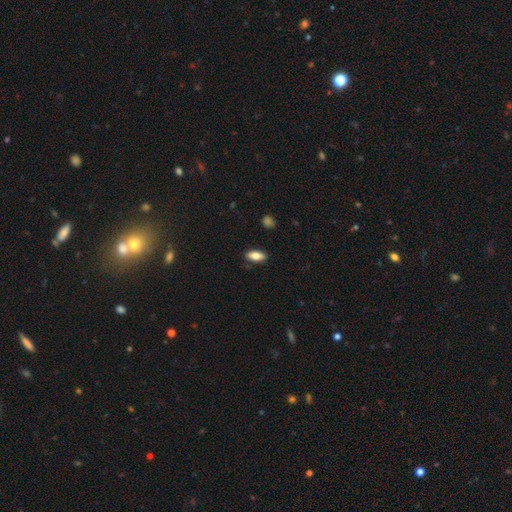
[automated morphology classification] smooth-or-featured: smooth: 80% | featured or disk: 13% | star or artifact: 7%
  how-rounded: in between: 83% | cigar-shaped: 14% | round: 3%
  merging: none: 86% | minor disturbance: 10% | major disturbance: 2% | merger: 1%